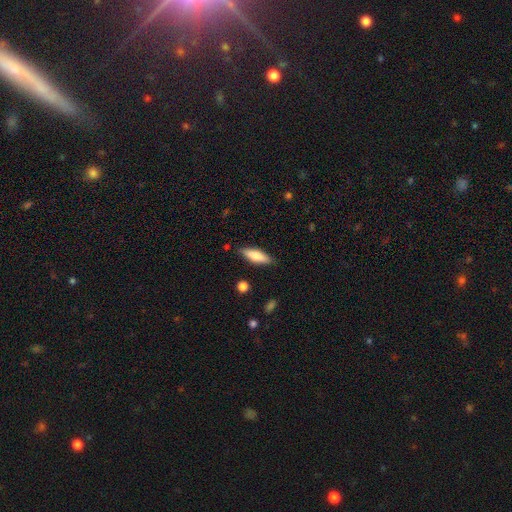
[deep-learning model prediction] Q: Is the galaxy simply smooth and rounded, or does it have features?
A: smooth — 71%.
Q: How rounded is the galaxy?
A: cigar-shaped — 53%.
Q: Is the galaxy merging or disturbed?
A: none — 85%.